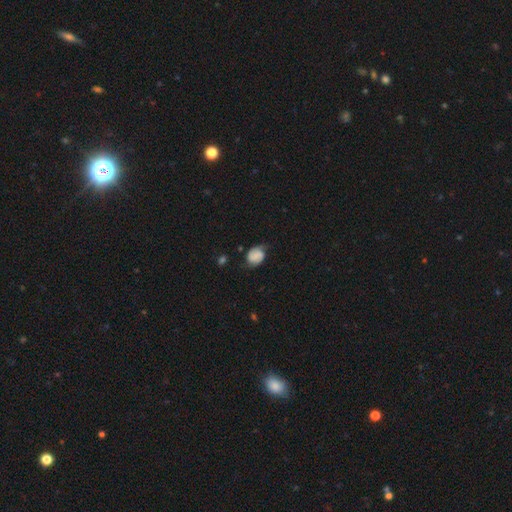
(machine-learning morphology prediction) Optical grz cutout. It shows a smooth galaxy with no disk features (55%) that is in between round and cigar-shaped (57%). Merging: none (54%).